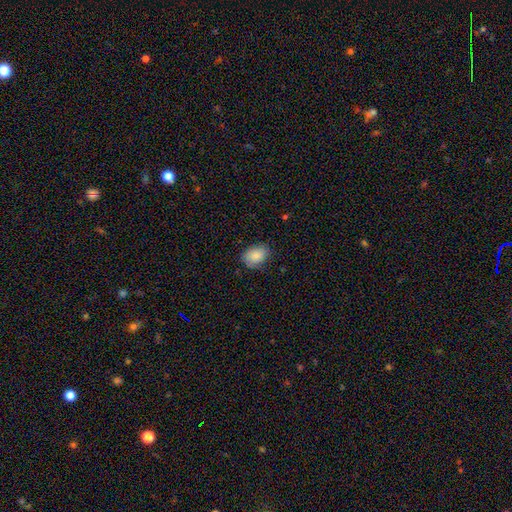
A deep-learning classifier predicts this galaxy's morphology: Smooth or featured? Predicted: smooth (p=0.86). How rounded? Predicted: in between (p=0.78). Merging? Predicted: none (p=0.76).